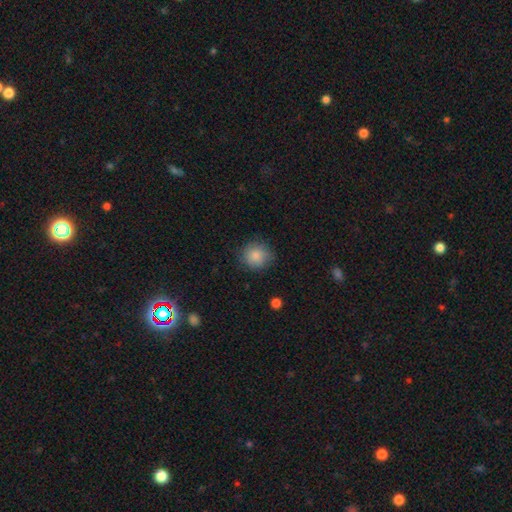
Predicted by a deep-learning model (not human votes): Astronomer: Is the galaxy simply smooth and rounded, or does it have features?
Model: smooth — 85%.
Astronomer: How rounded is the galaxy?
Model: round — 90%.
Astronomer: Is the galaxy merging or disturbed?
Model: none — 79%.